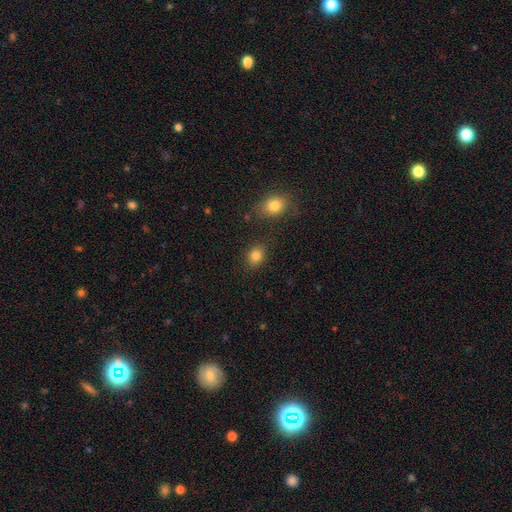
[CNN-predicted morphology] smooth 84%, star or artifact 11%, featured or disk 6%. Down the decision tree: how rounded — round (55%); merging — none (83%).